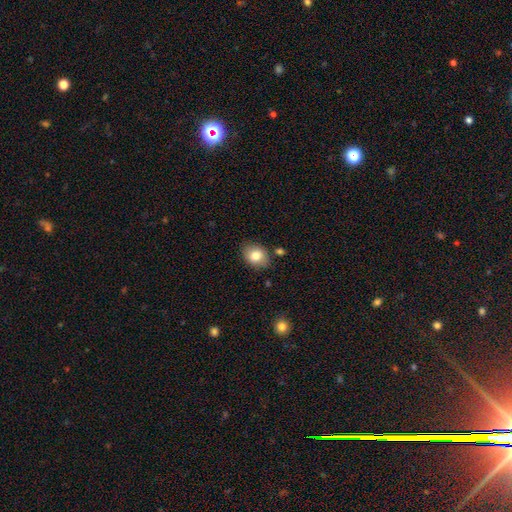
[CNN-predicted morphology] A smooth galaxy with no disk features (80%) that is in between round and cigar-shaped (58%). Merging: none (82%).